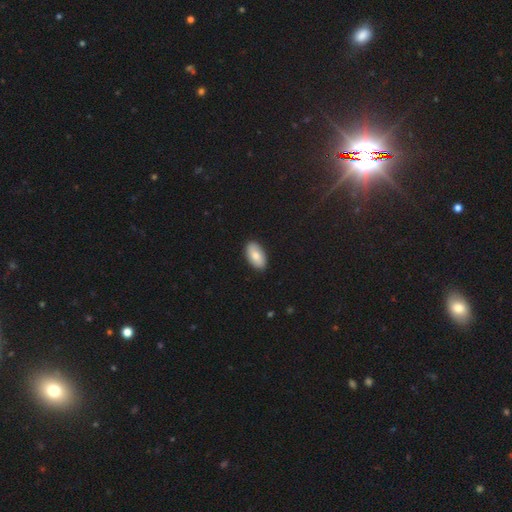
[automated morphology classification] Smooth or featured: smooth — 77% (featured or disk — 17%)
How rounded: in between — 95% (round — 3%)
Merging: none — 89% (minor disturbance — 9%)